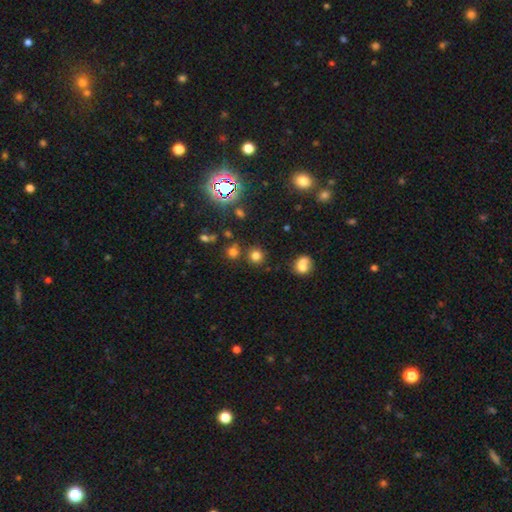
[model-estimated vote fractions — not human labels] Morphology: type=smooth (72%); roundness=round (90%); merging=none (79%).